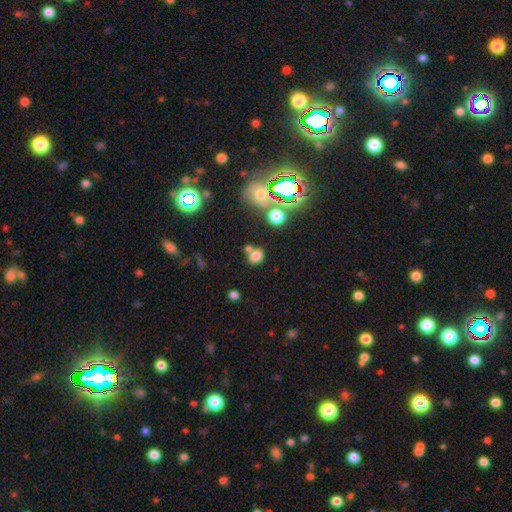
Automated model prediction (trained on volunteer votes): smooth-or-featured: smooth: 73% | star or artifact: 19% | featured or disk: 8%
  how-rounded: in between: 52% | round: 47% | cigar-shaped: 1%
  merging: none: 58% | merger: 24% | minor disturbance: 13% | major disturbance: 5%